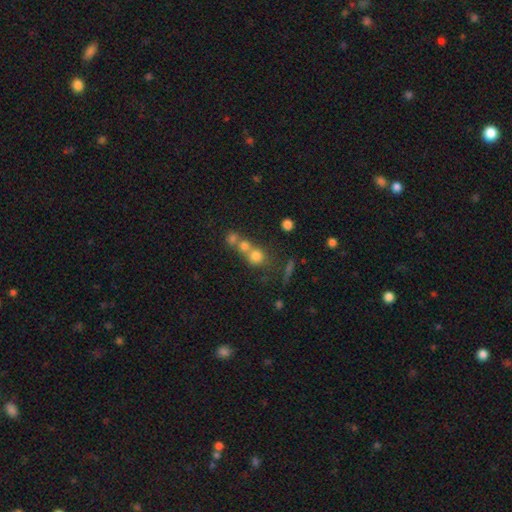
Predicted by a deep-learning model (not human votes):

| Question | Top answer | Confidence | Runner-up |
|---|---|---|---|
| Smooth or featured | smooth | 70% | star or artifact (17%) |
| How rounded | round | 85% | in between (13%) |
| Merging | merger | 50% | none (39%) |